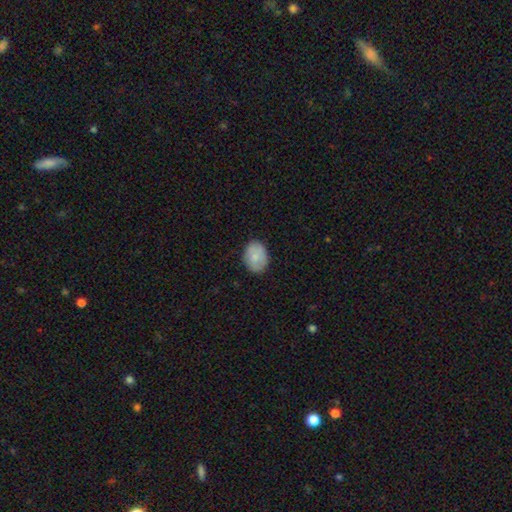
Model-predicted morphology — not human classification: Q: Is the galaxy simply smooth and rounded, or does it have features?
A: smooth — 81%.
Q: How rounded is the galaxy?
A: in between — 65%.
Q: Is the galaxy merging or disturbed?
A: none — 83%.